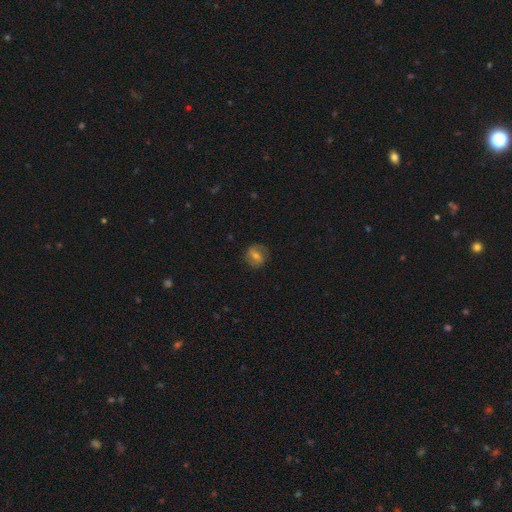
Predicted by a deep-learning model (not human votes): Smooth or featured: smooth — 46% (featured or disk — 42%)
Merging: none — 80% (minor disturbance — 14%)